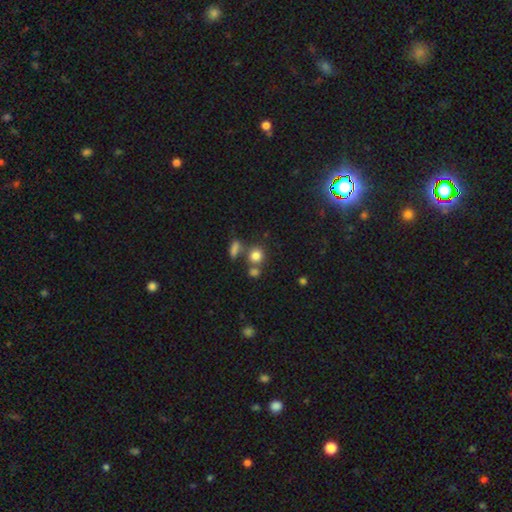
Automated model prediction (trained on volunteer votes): This appears to be a smooth galaxy with no disk features (80%) that is round (84%). Merging: none (62%).